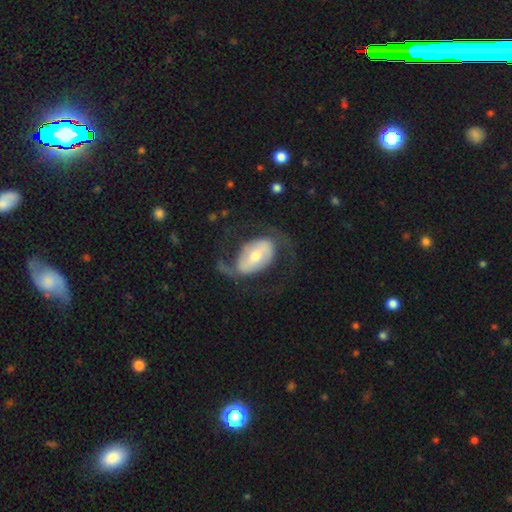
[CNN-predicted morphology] Q: Smooth or featured?
A: featured or disk (72%); runner-up: smooth (23%)
Q: Edge-on disk?
A: no (96%); runner-up: yes (4%)
Q: Bar?
A: weak (39%); runner-up: strong (33%)
Q: Spiral arms?
A: yes (78%); runner-up: no (22%)
Q: Spiral winding?
A: loose (43%); runner-up: medium (42%)
Q: Spiral arm count?
A: 2 (85%); runner-up: can't tell (7%)
Q: Bulge size?
A: moderate (57%); runner-up: small (29%)
Q: Merging?
A: none (55%); runner-up: major disturbance (28%)